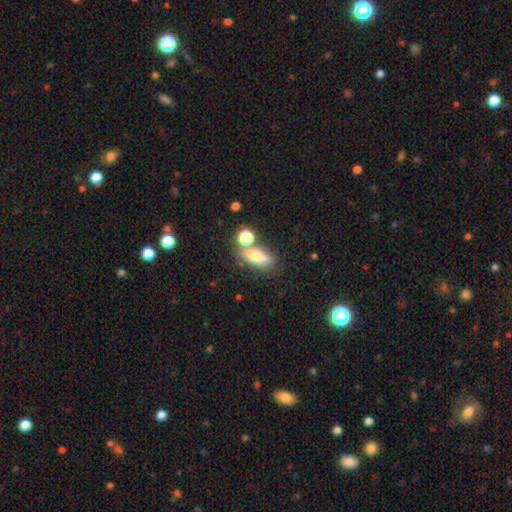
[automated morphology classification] smooth_or_featured: smooth (p=0.74) [alt: featured or disk p=0.15]
how_rounded: in between (p=0.59) [alt: cigar-shaped p=0.32]
merging: none (p=0.56) [alt: merger p=0.22]